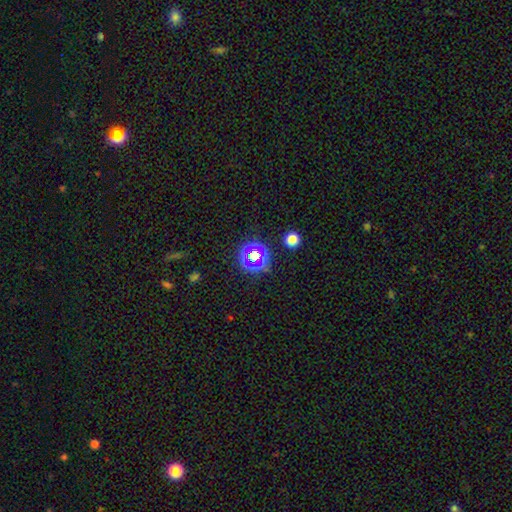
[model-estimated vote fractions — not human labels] The model was most divided on "smooth or featured": star or artifact: 63%, smooth: 26%, featured or disk: 11%.